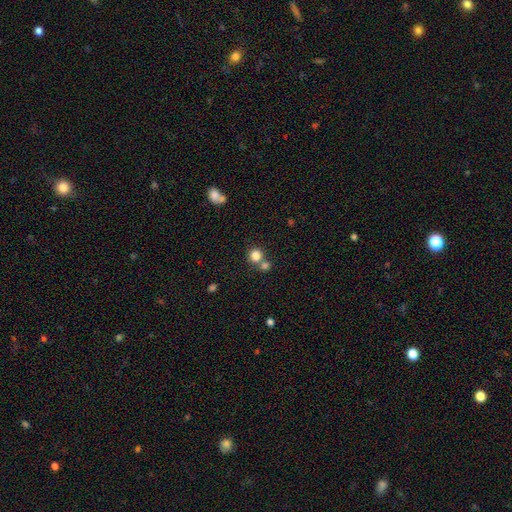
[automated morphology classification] A smooth galaxy with no disk features (82%) that is round (90%).

Vote fractions:
- Smooth or featured? smooth: 82% / star or artifact: 12% / featured or disk: 6%
- How rounded? round: 90% / in between: 9% / cigar-shaped: 1%
- Merging? none: 60% / merger: 30% / minor disturbance: 7% / major disturbance: 3%